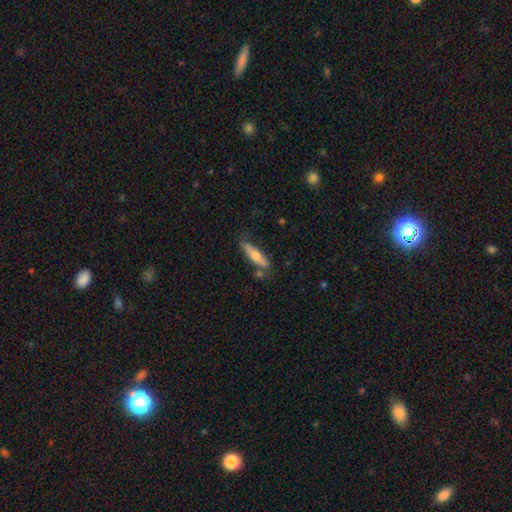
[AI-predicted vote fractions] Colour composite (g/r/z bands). It shows a smooth galaxy with no disk features (54%) that is cigar-shaped (70%). Merging: none (69%).